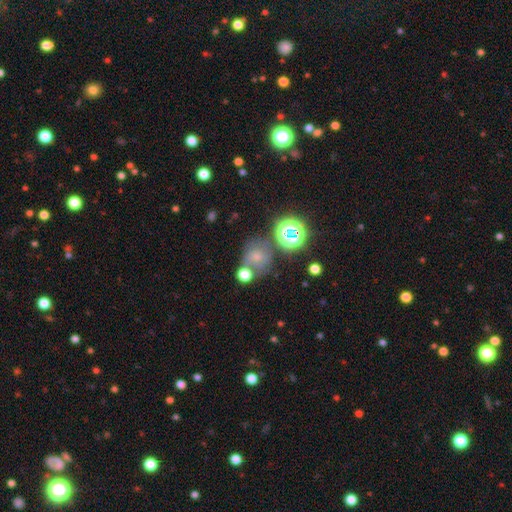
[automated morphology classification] type=smooth (47%); merging=none (54%).